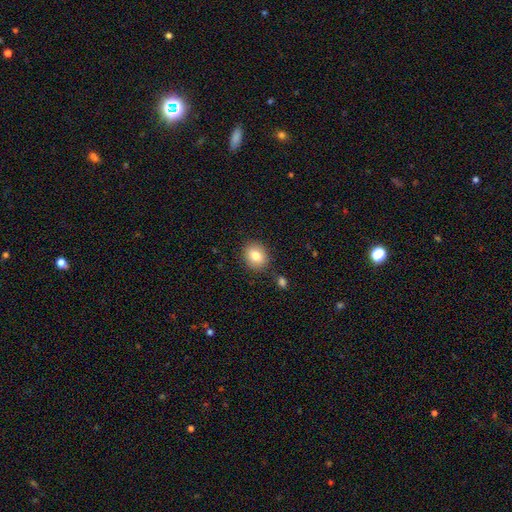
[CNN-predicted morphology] A smooth galaxy with no disk features (79%) that is round (59%).

Vote fractions:
- Smooth or featured? smooth: 79% / featured or disk: 11% / star or artifact: 9%
- How rounded? round: 59% / in between: 40% / cigar-shaped: 1%
- Merging? none: 85% / minor disturbance: 9% / merger: 3% / major disturbance: 3%